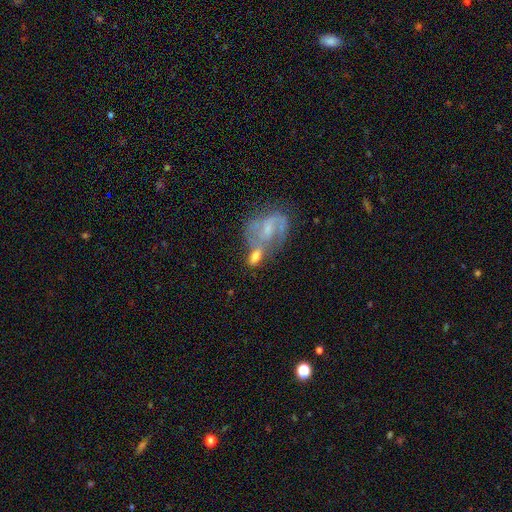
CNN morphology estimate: Smooth or featured? Predicted: featured or disk (p=0.52). Edge-on disk? Predicted: no (p=0.94). Merging? Predicted: merger (p=0.45).